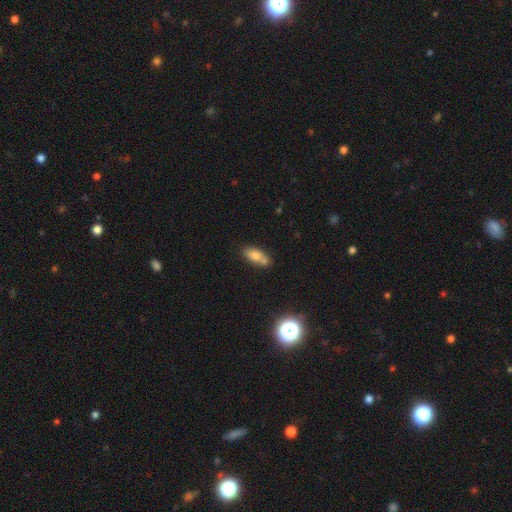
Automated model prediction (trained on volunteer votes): This appears to be a smooth galaxy with no disk features (73%) that is in between round and cigar-shaped (78%). Merging: none (53%).